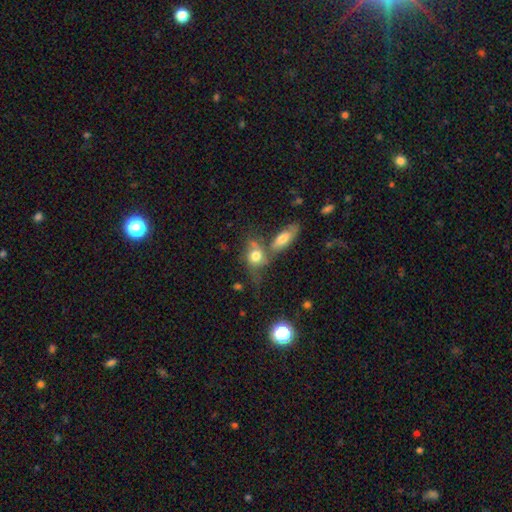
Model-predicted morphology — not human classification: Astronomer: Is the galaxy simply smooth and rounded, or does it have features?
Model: smooth — 63%.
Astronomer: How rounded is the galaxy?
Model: in between — 53% (runner-up: round, 42%).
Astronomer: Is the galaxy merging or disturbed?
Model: merger — 45% (runner-up: none, 30%).